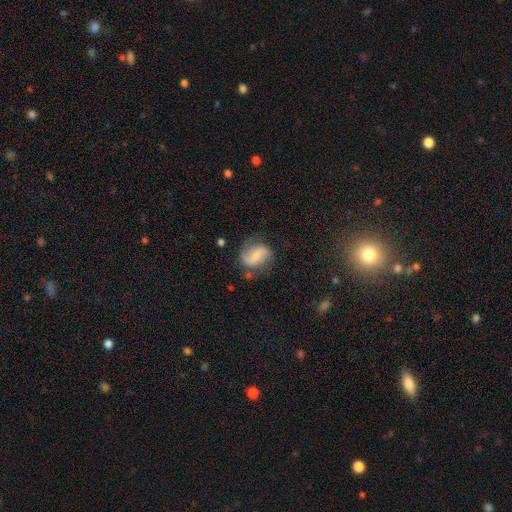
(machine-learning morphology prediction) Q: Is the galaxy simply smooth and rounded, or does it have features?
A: featured or disk — 63%.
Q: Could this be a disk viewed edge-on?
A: no — 97%.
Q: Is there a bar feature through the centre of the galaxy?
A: weak — 43%.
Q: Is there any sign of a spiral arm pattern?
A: yes — 91%.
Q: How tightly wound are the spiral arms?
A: loose — 54%.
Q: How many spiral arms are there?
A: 2 — 88%.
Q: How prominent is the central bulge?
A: small — 39%.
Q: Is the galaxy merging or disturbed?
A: none — 68%.